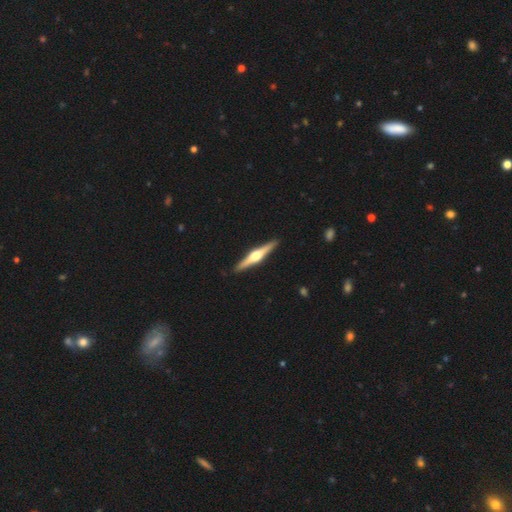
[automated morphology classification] Smooth or featured? featured or disk (79%)
Edge-on disk? yes (98%)
Edge-on bulge? rounded (95%)
Merging? none (92%)